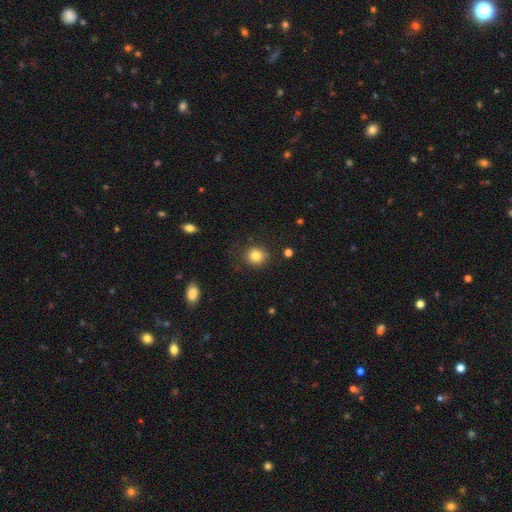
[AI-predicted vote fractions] Smooth or featured? Predicted: smooth (p=0.83). How rounded? Predicted: round (p=0.84). Merging? Predicted: none (p=0.83).